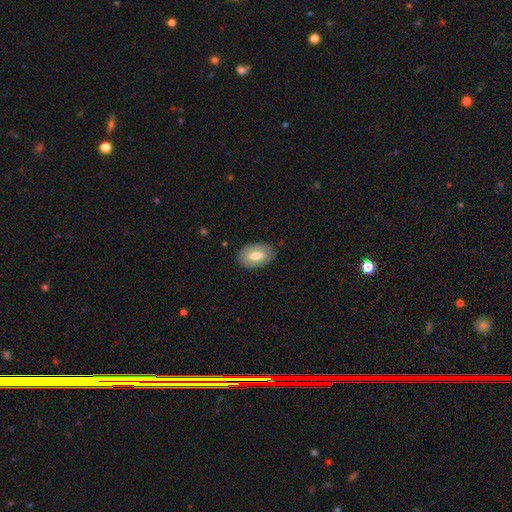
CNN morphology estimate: Smooth or featured? Predicted: smooth (p=0.64). How rounded? Predicted: in between (p=0.90). Merging? Predicted: none (p=0.84).